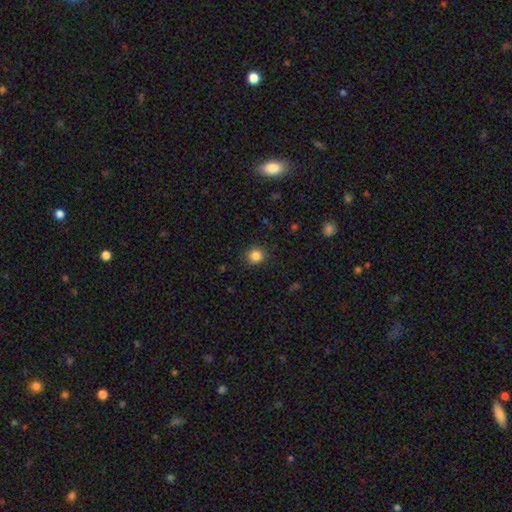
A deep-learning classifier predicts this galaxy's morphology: Smooth or featured? smooth (85%)
How rounded? round (90%)
Merging? none (89%)